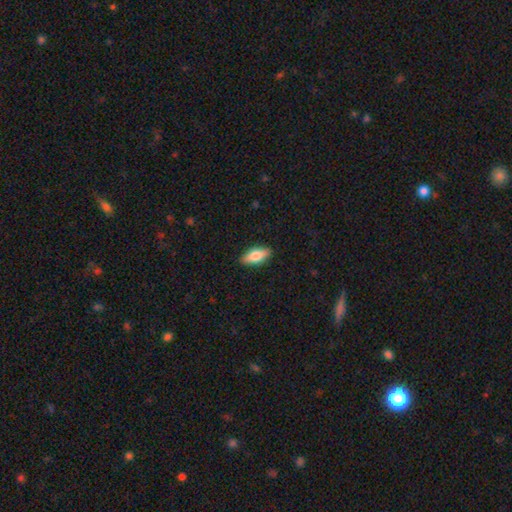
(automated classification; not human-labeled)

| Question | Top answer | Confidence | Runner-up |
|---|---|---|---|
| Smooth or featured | smooth | 75% | featured or disk (19%) |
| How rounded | in between | 81% | cigar-shaped (16%) |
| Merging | none | 89% | minor disturbance (8%) |